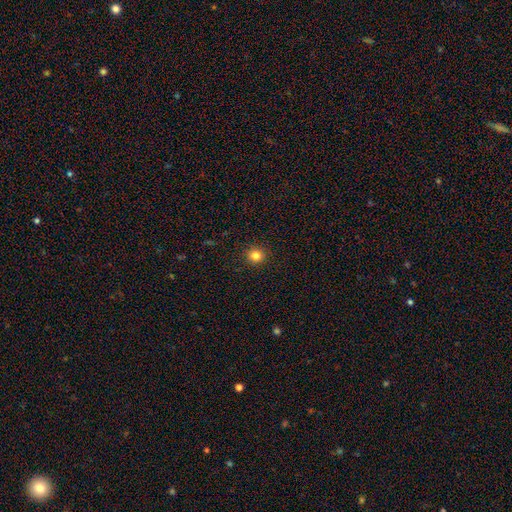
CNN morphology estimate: smooth_or_featured: smooth (p=0.83) [alt: star or artifact p=0.12]
how_rounded: round (p=0.91) [alt: in between p=0.08]
merging: none (p=0.92) [alt: minor disturbance p=0.05]